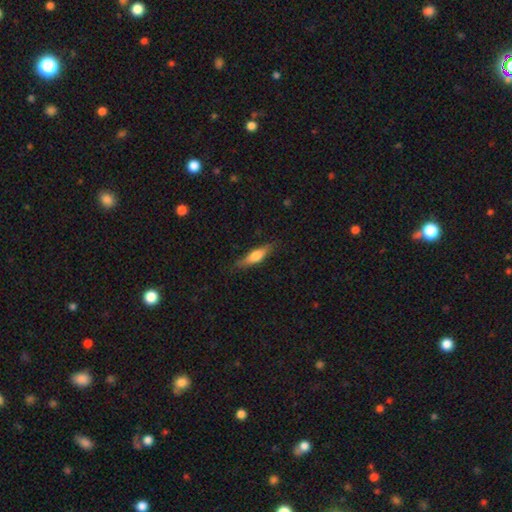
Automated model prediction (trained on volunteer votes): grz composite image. It shows a smooth galaxy with no disk features (62%) that is cigar-shaped (65%). Merging: none (80%).